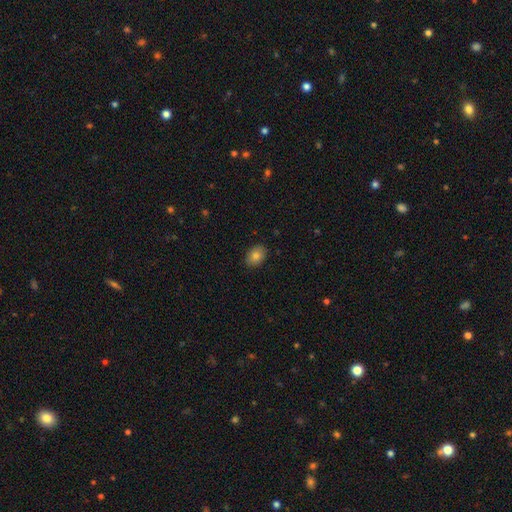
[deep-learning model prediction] A smooth galaxy with no disk features (83%) that is in between round and cigar-shaped (74%).

Vote fractions:
- Smooth or featured? smooth: 83% / star or artifact: 9% / featured or disk: 9%
- How rounded? in between: 74% / round: 25% / cigar-shaped: 1%
- Merging? none: 87% / minor disturbance: 10% / major disturbance: 2% / merger: 1%